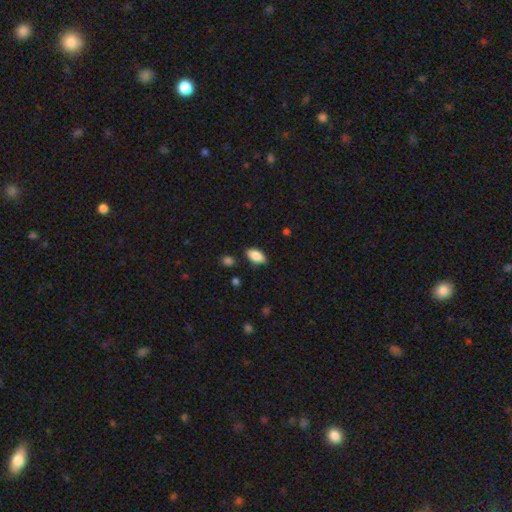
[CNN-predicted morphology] Q: Smooth or featured?
A: smooth (85%); runner-up: featured or disk (8%)
Q: How rounded?
A: in between (91%); runner-up: cigar-shaped (7%)
Q: Merging?
A: none (84%); runner-up: minor disturbance (12%)